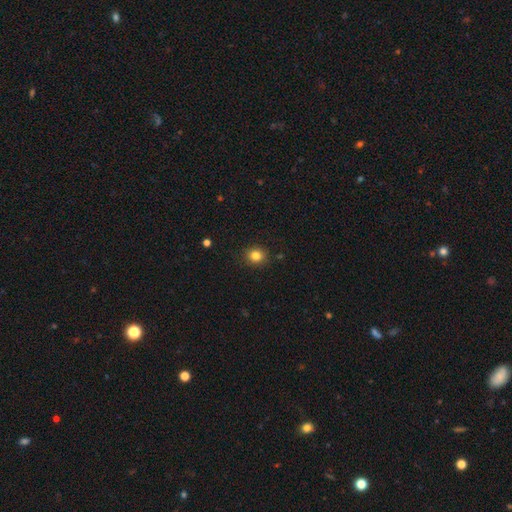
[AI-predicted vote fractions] Q: Smooth or featured?
A: smooth (83%); runner-up: star or artifact (12%)
Q: How rounded?
A: round (80%); runner-up: in between (19%)
Q: Merging?
A: none (90%); runner-up: minor disturbance (7%)